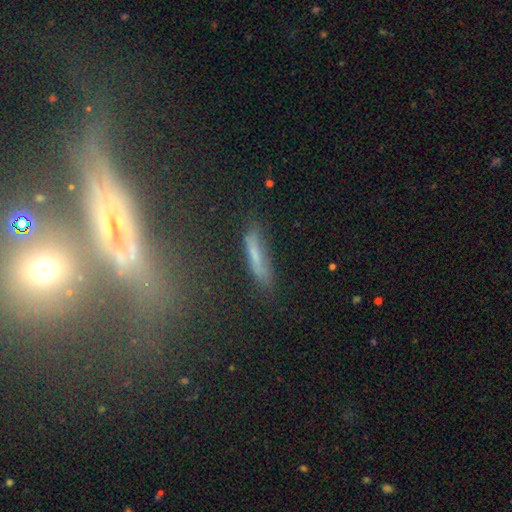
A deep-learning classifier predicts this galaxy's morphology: This is possibly a smooth galaxy (55%). How rounded: clearly cigar-shaped (83%). Merging: likely none (71%).